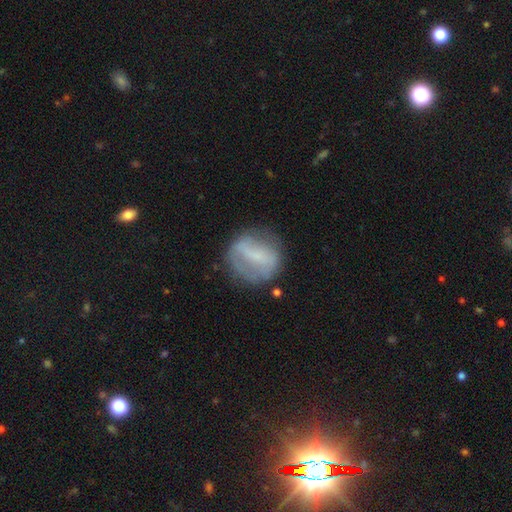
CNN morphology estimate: A featured or disk galaxy (47%).

Vote fractions:
- Smooth or featured? featured or disk: 47% / smooth: 44% / star or artifact: 9%
- Merging? none: 64% / minor disturbance: 21% / major disturbance: 12% / merger: 3%